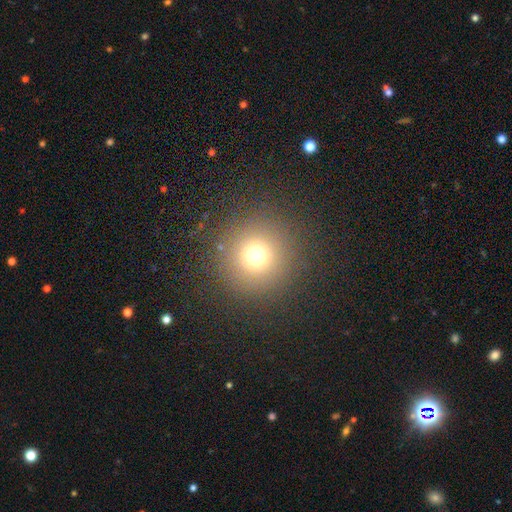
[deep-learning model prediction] smooth-or-featured: smooth: 71% | star or artifact: 20% | featured or disk: 9%
  how-rounded: round: 96% | in between: 3% | cigar-shaped: 1%
  merging: none: 88% | minor disturbance: 6% | major disturbance: 4% | merger: 2%